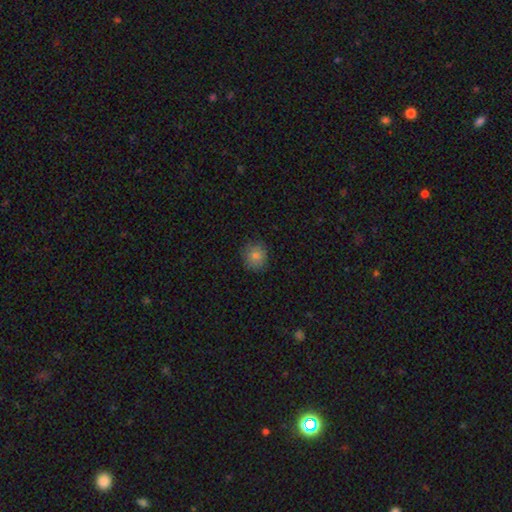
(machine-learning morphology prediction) A smooth galaxy with no disk features (81%) that is round (89%). Merging: none (88%).